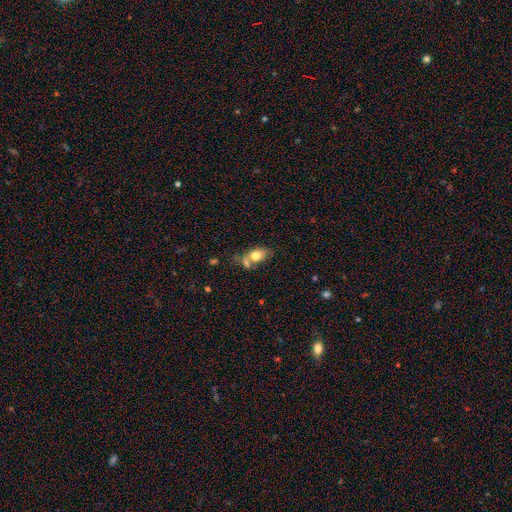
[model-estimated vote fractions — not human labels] This appears to be a smooth galaxy with no disk features (74%) that is in between round and cigar-shaped (80%). Merging: merger (40%).